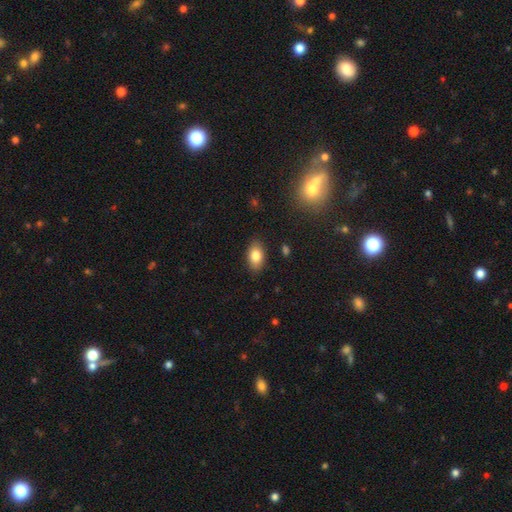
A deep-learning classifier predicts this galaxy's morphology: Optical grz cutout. It shows a smooth galaxy with no disk features (82%) that is in between round and cigar-shaped (90%). Merging: none (86%).